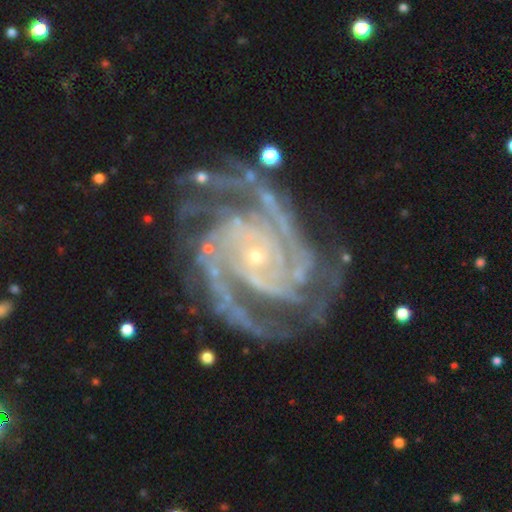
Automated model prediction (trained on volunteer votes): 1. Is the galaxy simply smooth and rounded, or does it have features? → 93% featured or disk, 5% star or artifact, 2% smooth.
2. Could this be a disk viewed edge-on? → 98% no, 2% yes.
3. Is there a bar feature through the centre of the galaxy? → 69% no, 20% weak, 11% strong.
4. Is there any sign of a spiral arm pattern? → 99% yes, 1% no.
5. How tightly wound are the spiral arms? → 64% tight, 32% medium, 4% loose.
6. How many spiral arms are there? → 38% 2, 23% 3, 13% 4, 10% can't tell, 8% more than 4, 7% 1.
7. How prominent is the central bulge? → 85% small, 11% moderate, 2% none, 1% large, 1% dominant.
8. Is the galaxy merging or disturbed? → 72% none, 18% minor disturbance, 9% major disturbance, 2% merger.